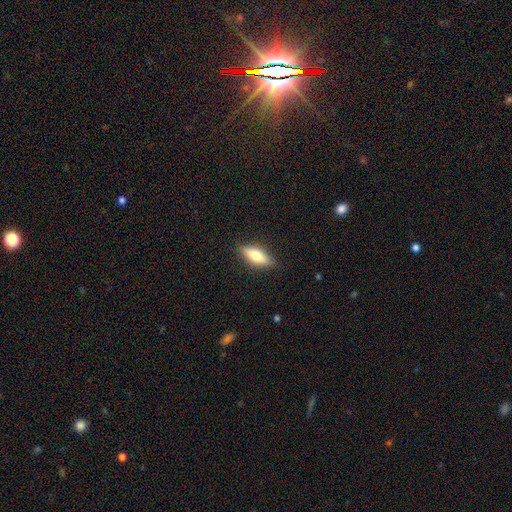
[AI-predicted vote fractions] The model was most divided on "how rounded": in between: 59%, cigar-shaped: 38%, round: 3%. More confident: merging — none (86%); smooth or featured — smooth (66%).